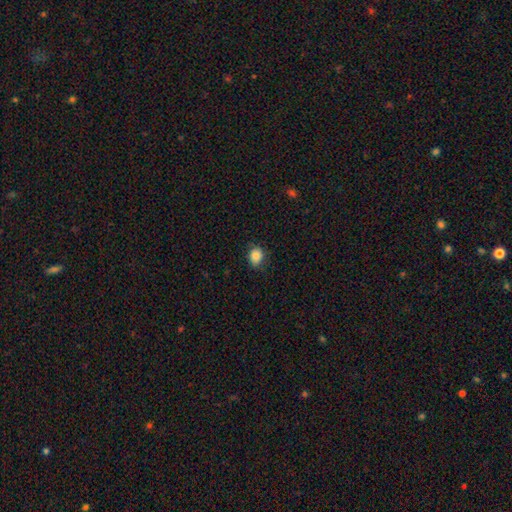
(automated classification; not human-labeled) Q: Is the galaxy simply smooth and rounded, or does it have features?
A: smooth — 86%.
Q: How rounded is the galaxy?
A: round — 57%.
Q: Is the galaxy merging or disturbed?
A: none — 76%.